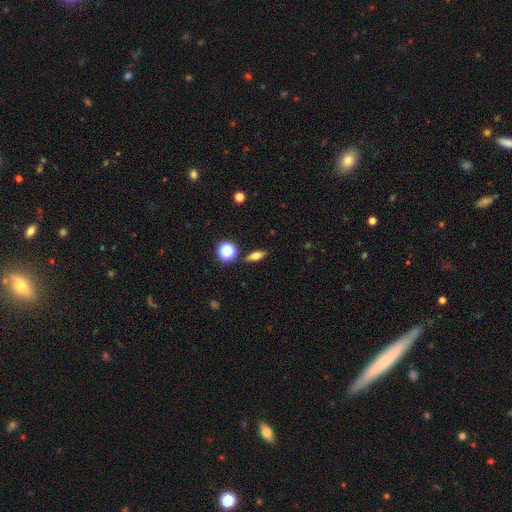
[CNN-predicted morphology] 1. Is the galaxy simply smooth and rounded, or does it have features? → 58% smooth, 29% featured or disk, 13% star or artifact.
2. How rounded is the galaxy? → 57% in between, 28% cigar-shaped, 14% round.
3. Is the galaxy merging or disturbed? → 86% none, 9% minor disturbance, 3% merger, 2% major disturbance.